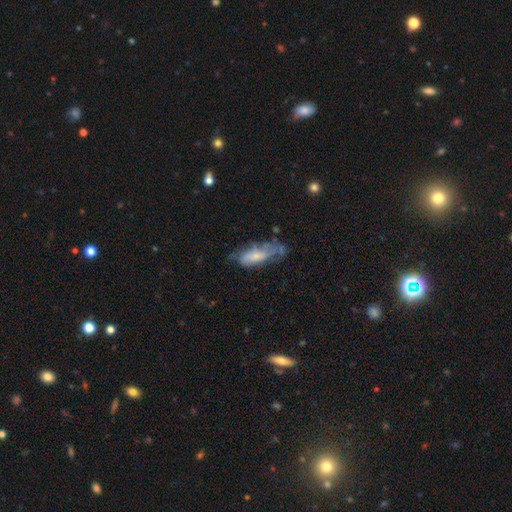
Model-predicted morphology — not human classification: Q: Smooth or featured?
A: smooth (53%); runner-up: featured or disk (39%)
Q: How rounded?
A: in between (65%); runner-up: cigar-shaped (33%)
Q: Merging?
A: none (41%); runner-up: minor disturbance (33%)